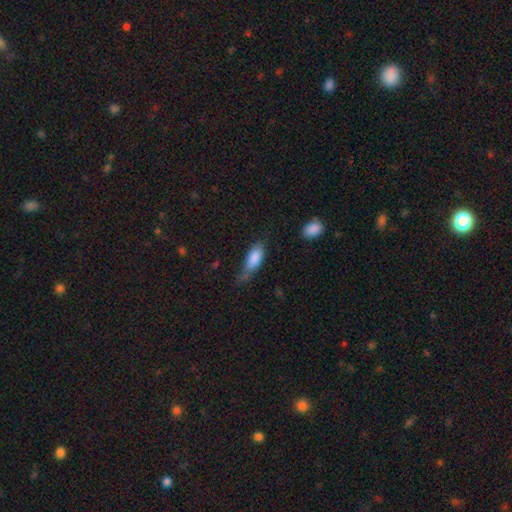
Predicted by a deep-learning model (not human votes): Smooth or featured?
  - smooth: 82% *
  - featured or disk: 11%
  - star or artifact: 7%
How rounded?
  - in between: 78% *
  - cigar-shaped: 19%
  - round: 3%
Merging?
  - none: 40% *
  - minor disturbance: 38%
  - major disturbance: 18%
  - merger: 4%